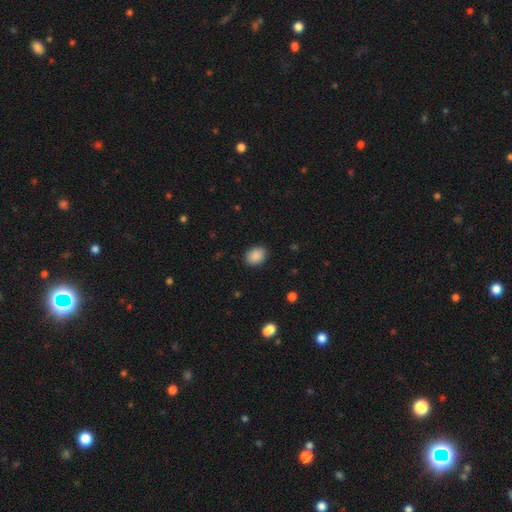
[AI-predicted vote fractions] The model was most divided on "how rounded": in between: 62%, round: 37%, cigar-shaped: 1%. More confident: smooth or featured — smooth (89%); merging — none (89%).